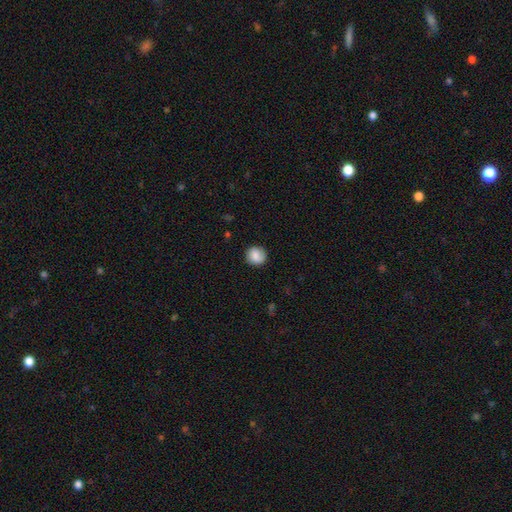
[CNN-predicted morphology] A smooth galaxy with no disk features (81%) that is round (89%).

Vote fractions:
- Smooth or featured? smooth: 81% / featured or disk: 11% / star or artifact: 8%
- How rounded? round: 89% / in between: 10% / cigar-shaped: 1%
- Merging? none: 85% / minor disturbance: 11% / major disturbance: 3% / merger: 1%